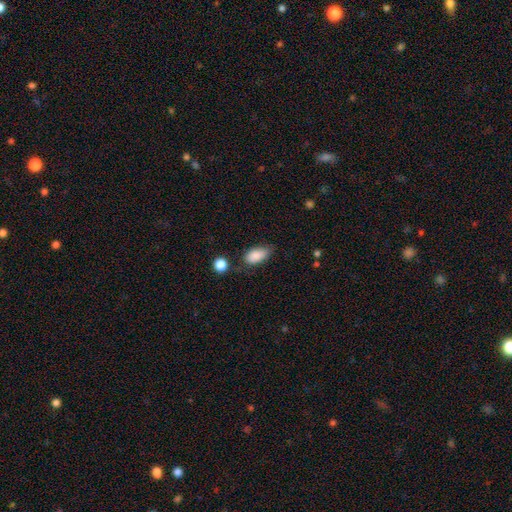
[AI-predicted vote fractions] Smooth or featured?
  - smooth: 86% *
  - star or artifact: 8%
  - featured or disk: 6%
How rounded?
  - in between: 91% *
  - cigar-shaped: 5%
  - round: 4%
Merging?
  - none: 62% *
  - minor disturbance: 27%
  - major disturbance: 6%
  - merger: 5%